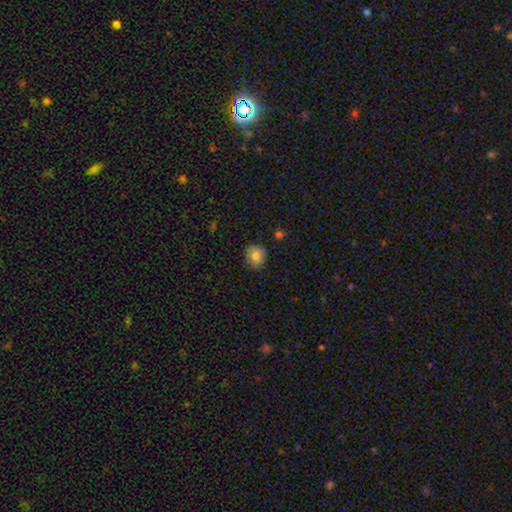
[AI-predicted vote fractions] A smooth galaxy with no disk features (80%) that is round (74%). Merging: none (77%).